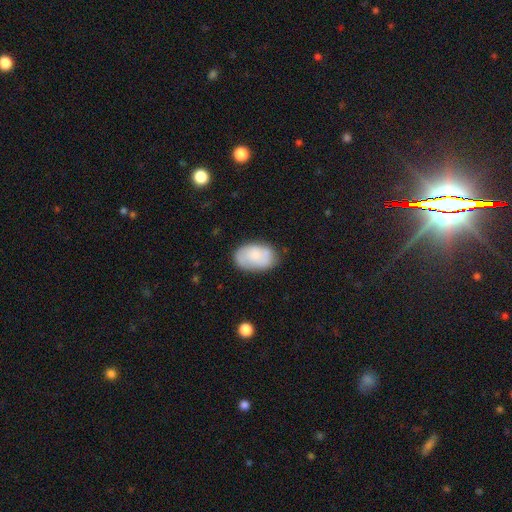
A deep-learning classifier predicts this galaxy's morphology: Overall: smooth (69%). How rounded: in between (90%). Merging: none (70%).